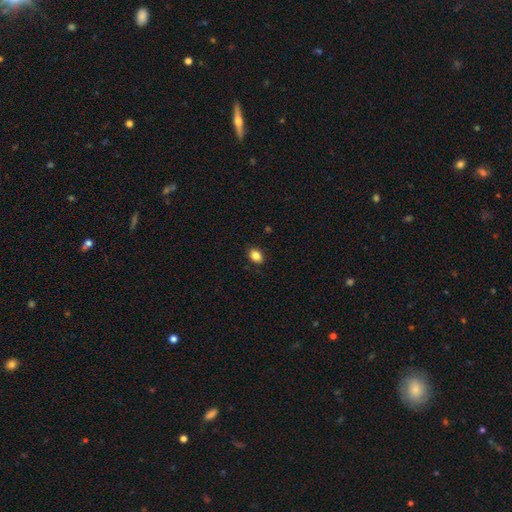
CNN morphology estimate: smooth-or-featured: smooth: 84% | star or artifact: 9% | featured or disk: 6%
  how-rounded: in between: 73% | round: 25% | cigar-shaped: 1%
  merging: none: 87% | minor disturbance: 10% | major disturbance: 2% | merger: 1%